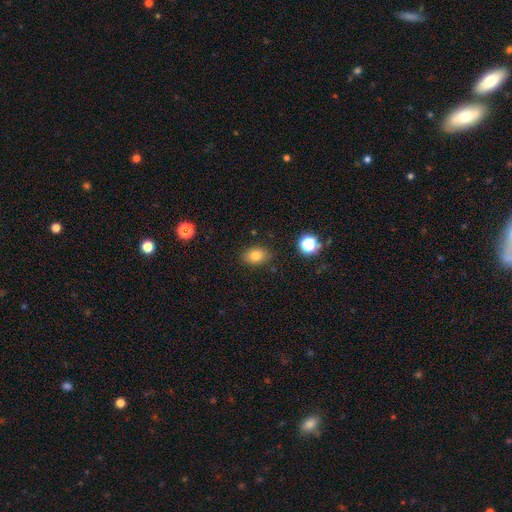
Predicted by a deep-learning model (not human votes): A smooth galaxy with no disk features (80%) that is in between round and cigar-shaped (68%).

Vote fractions:
- Smooth or featured? smooth: 80% / star or artifact: 12% / featured or disk: 8%
- How rounded? in between: 68% / round: 31% / cigar-shaped: 1%
- Merging? none: 84% / minor disturbance: 11% / major disturbance: 3% / merger: 2%